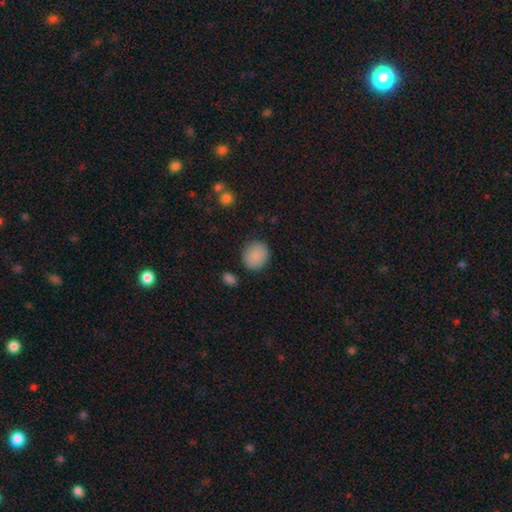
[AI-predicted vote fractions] A smooth galaxy with no disk features (88%) that is round (79%). Merging: none (84%).